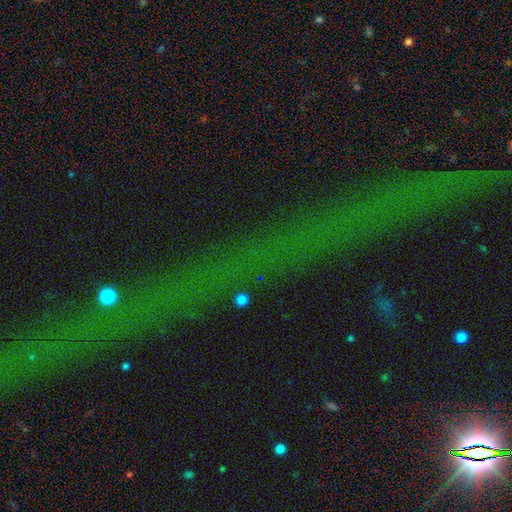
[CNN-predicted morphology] Smooth or featured? star or artifact (74%)